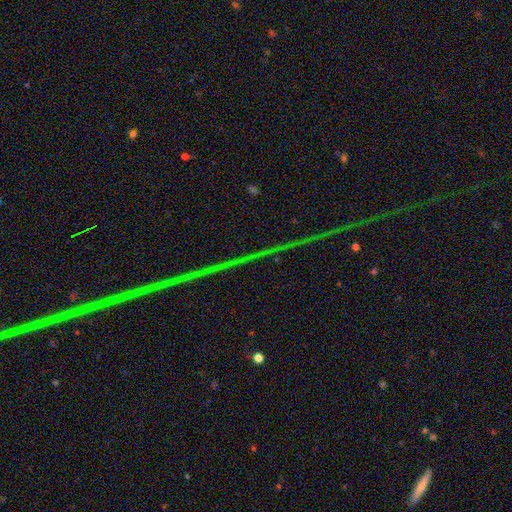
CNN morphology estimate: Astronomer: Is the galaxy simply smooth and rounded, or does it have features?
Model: star or artifact — 89%.